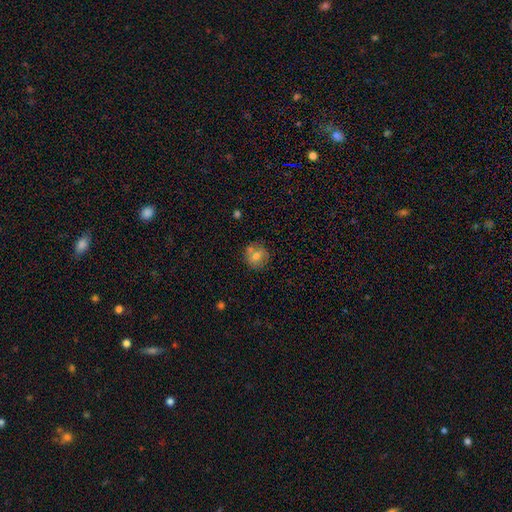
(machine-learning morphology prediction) A smooth galaxy with no disk features (68%) that is round (83%). Merging: none (64%).